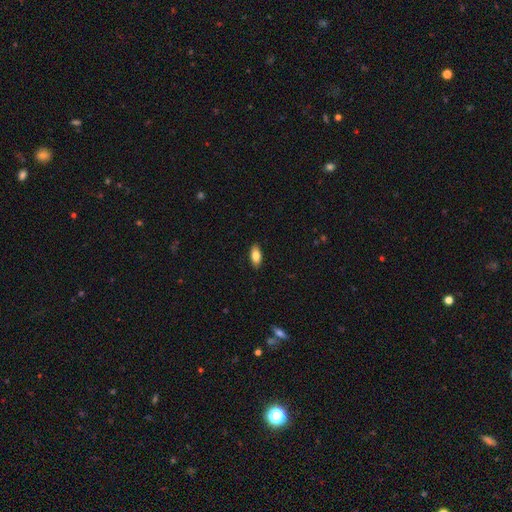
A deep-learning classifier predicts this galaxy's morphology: This appears to be a smooth galaxy with no disk features (83%) that is in between round and cigar-shaped (87%). Merging: none (89%).